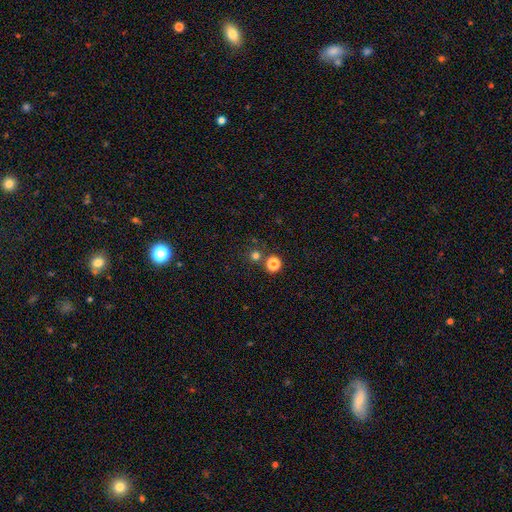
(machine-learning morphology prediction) smooth-or-featured: smooth: 73% | star or artifact: 21% | featured or disk: 6%
  how-rounded: round: 94% | in between: 5% | cigar-shaped: 1%
  merging: none: 76% | merger: 15% | minor disturbance: 6% | major disturbance: 3%